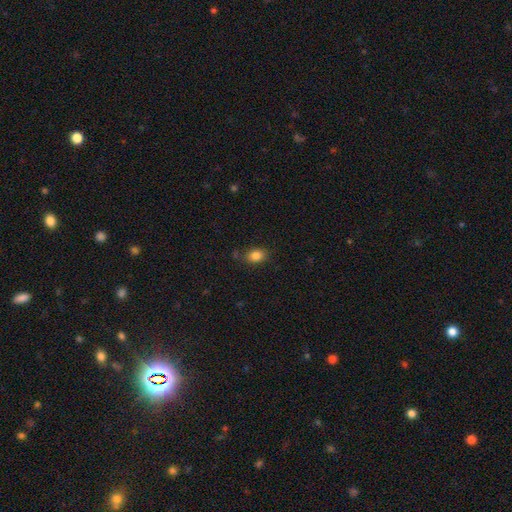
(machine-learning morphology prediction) Smooth or featured?
  - smooth: 85% *
  - star or artifact: 10%
  - featured or disk: 5%
How rounded?
  - in between: 71% *
  - round: 28%
  - cigar-shaped: 1%
Merging?
  - none: 79% *
  - minor disturbance: 15%
  - major disturbance: 4%
  - merger: 3%